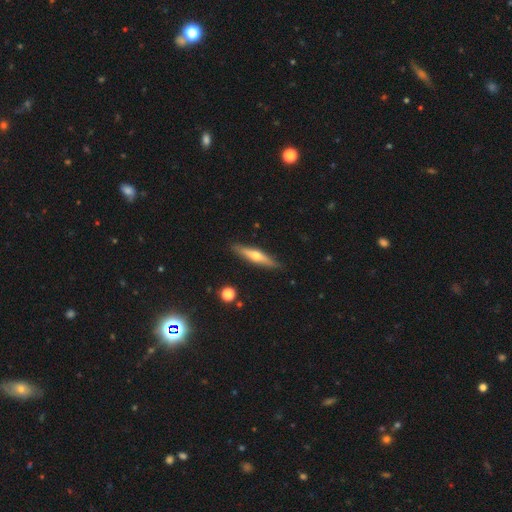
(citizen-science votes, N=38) A smooth galaxy with no disk features (61%) that is cigar-shaped (83%).

Vote fractions:
- Smooth or featured? smooth: 61% / featured or disk: 37% / star or artifact: 3%
- How rounded? cigar-shaped: 83% / in between: 17% / round: 0%
- Merging? none: 92% / minor disturbance: 3% / major disturbance: 3% / merger: 3%